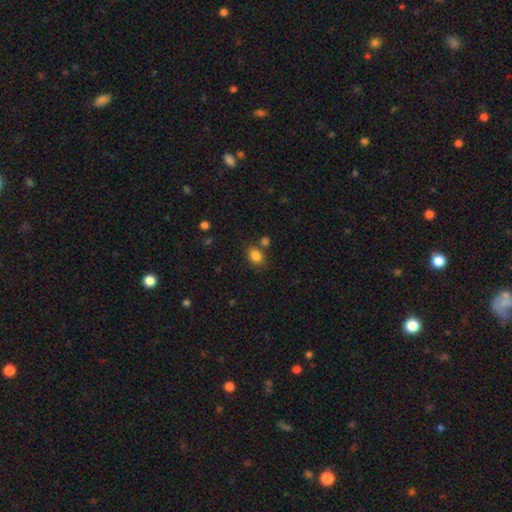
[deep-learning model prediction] Smooth or featured? smooth (84%)
How rounded? in between (54%)
Merging? none (70%)